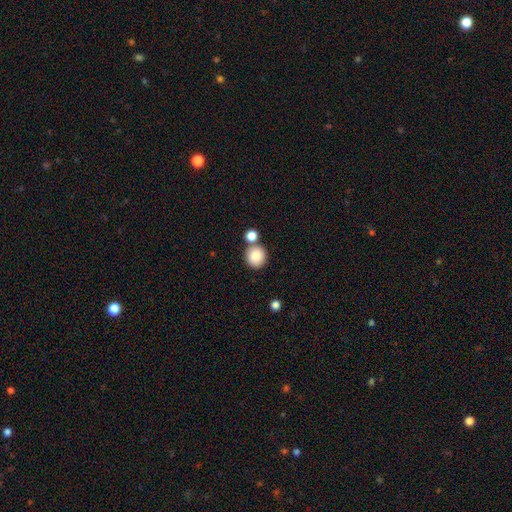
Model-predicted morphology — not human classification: Overall: smooth (86%). How rounded: round (87%). Merging: none (67%).